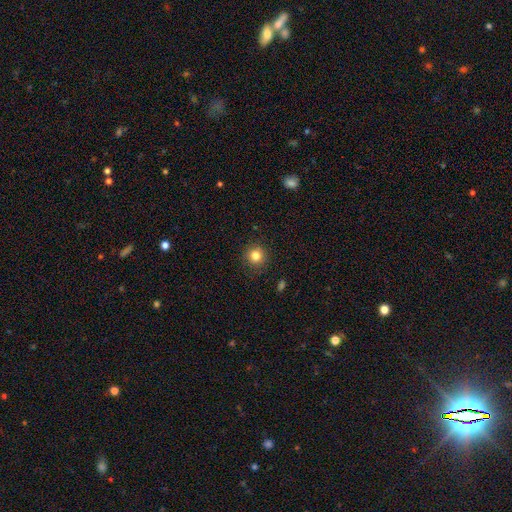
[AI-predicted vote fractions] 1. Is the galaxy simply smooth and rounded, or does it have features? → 83% smooth, 12% star or artifact, 6% featured or disk.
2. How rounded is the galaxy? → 93% round, 6% in between, 1% cigar-shaped.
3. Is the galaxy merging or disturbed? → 90% none, 7% minor disturbance, 2% major disturbance, 1% merger.